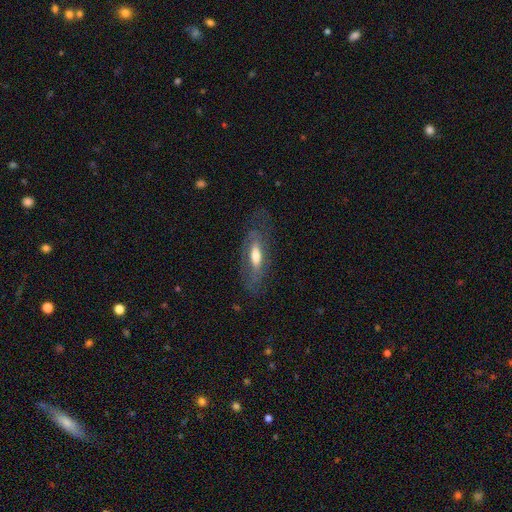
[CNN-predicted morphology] Q: Smooth or featured?
A: featured or disk (49%); runner-up: smooth (44%)
Q: Merging?
A: none (67%); runner-up: minor disturbance (19%)